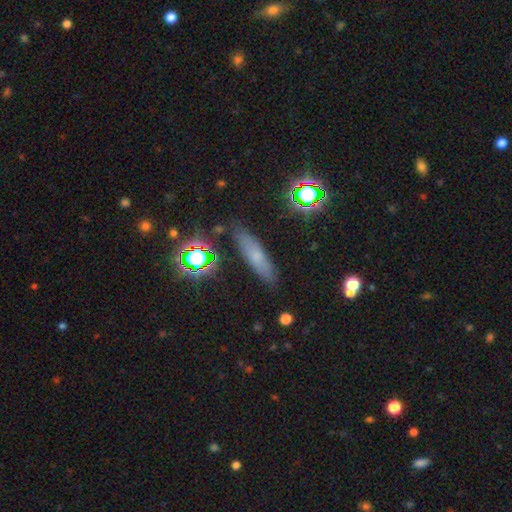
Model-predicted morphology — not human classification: Q: Smooth or featured?
A: smooth (60%); runner-up: featured or disk (23%)
Q: How rounded?
A: cigar-shaped (70%); runner-up: in between (26%)
Q: Merging?
A: none (85%); runner-up: minor disturbance (11%)